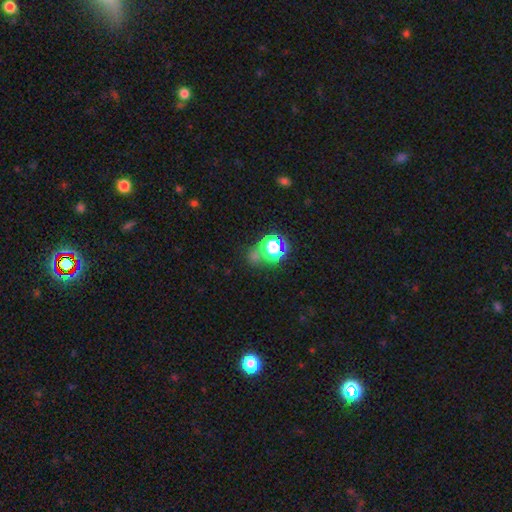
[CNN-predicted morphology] Smooth or featured?
  - star or artifact: 53% *
  - smooth: 39%
  - featured or disk: 8%